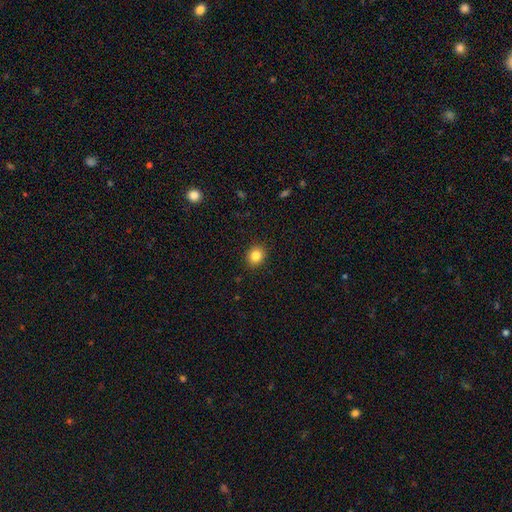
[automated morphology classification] Q: Smooth or featured?
A: smooth (84%); runner-up: star or artifact (10%)
Q: How rounded?
A: round (73%); runner-up: in between (26%)
Q: Merging?
A: none (91%); runner-up: minor disturbance (6%)